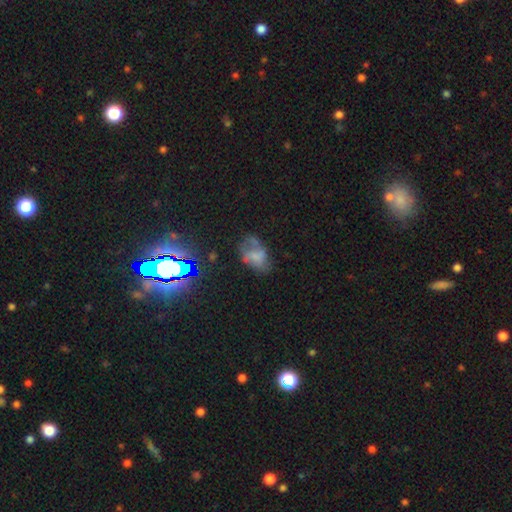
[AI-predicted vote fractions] This is marginally a smooth galaxy (43%). Merging: marginally none (39%).